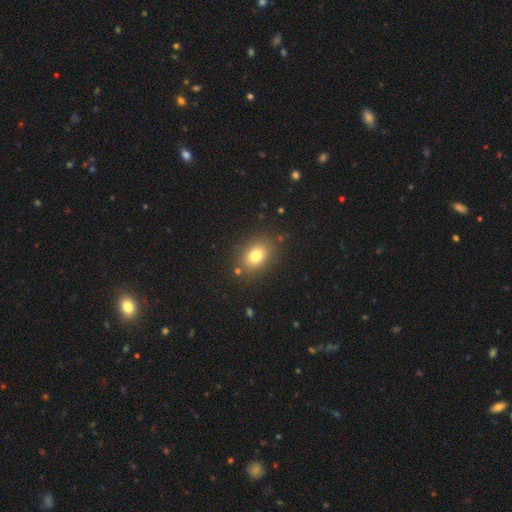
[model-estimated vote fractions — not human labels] Q: Smooth or featured?
A: smooth (78%); runner-up: star or artifact (12%)
Q: How rounded?
A: in between (66%); runner-up: round (33%)
Q: Merging?
A: none (84%); runner-up: minor disturbance (10%)